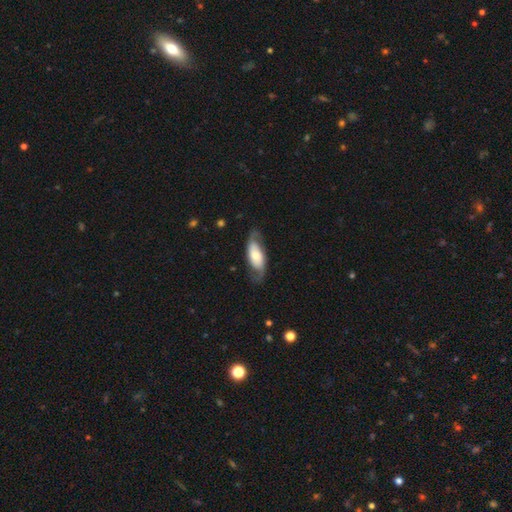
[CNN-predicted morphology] This appears to be a featured or disk galaxy (58%). Merging: none (69%).